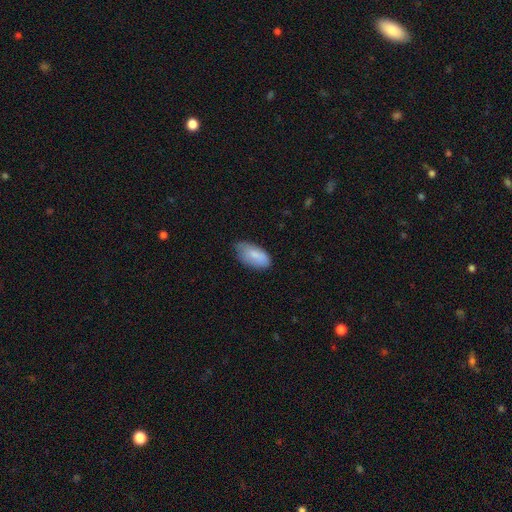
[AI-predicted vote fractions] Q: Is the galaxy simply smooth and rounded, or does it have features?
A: smooth — 81%.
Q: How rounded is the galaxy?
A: in between — 93%.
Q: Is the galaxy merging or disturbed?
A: none — 56%.